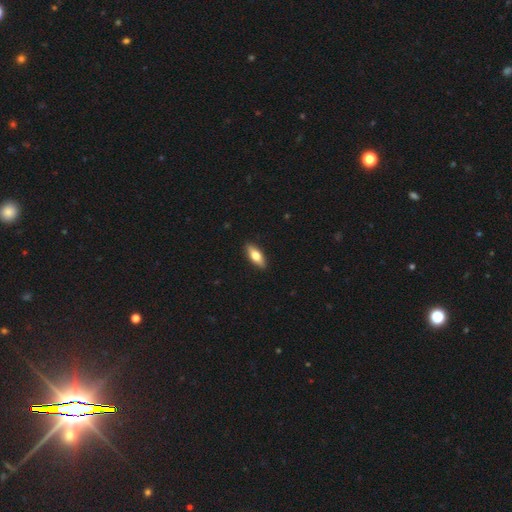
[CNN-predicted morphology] The model was most divided on "how rounded": in between: 67%, cigar-shaped: 31%, round: 3%. More confident: merging — none (90%); smooth or featured — smooth (66%).